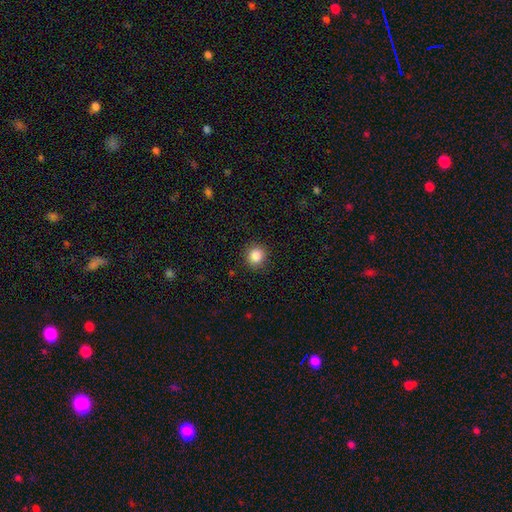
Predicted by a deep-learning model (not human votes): Q: Smooth or featured?
A: smooth (86%); runner-up: star or artifact (10%)
Q: How rounded?
A: round (89%); runner-up: in between (10%)
Q: Merging?
A: none (89%); runner-up: minor disturbance (7%)